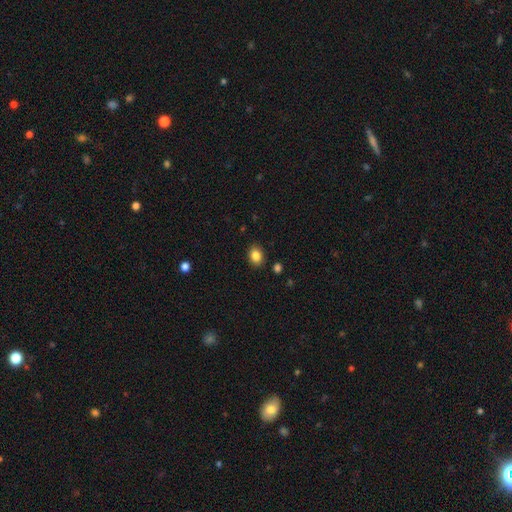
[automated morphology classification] smooth_or_featured: smooth (p=0.85) [alt: star or artifact p=0.10]
how_rounded: in between (p=0.57) [alt: round p=0.42]
merging: none (p=0.88) [alt: minor disturbance p=0.08]